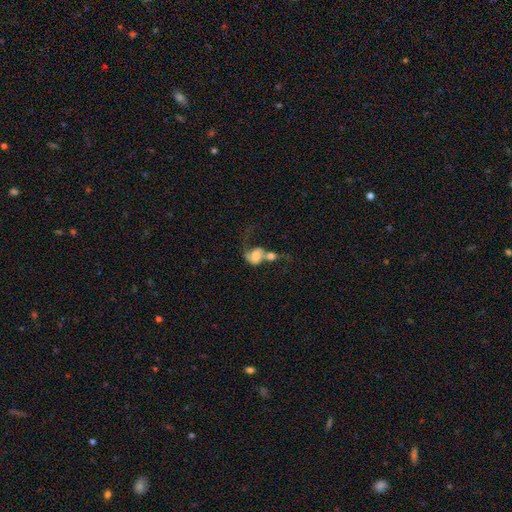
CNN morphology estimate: The model was most divided on "smooth or featured": smooth: 50%, featured or disk: 41%, star or artifact: 9%. More confident: merging — merger (70%).